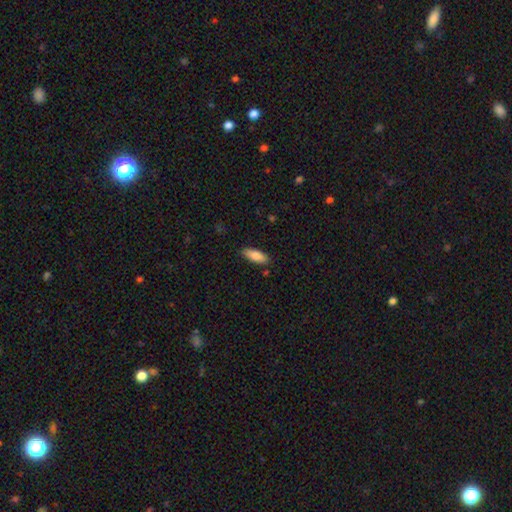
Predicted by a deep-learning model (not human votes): Overall: smooth (87%). How rounded: in between (71%). Merging: none (84%).